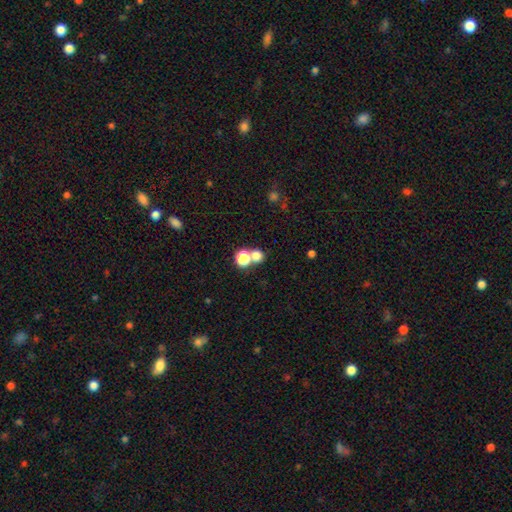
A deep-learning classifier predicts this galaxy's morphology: smooth_or_featured: smooth (p=0.72) [alt: star or artifact p=0.20]
how_rounded: round (p=0.83) [alt: in between p=0.16]
merging: none (p=0.53) [alt: merger p=0.37]